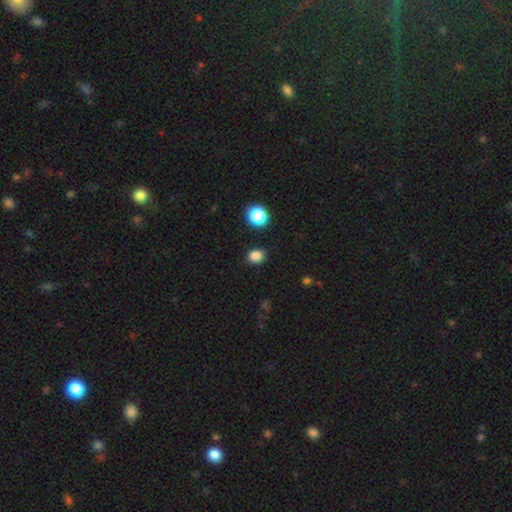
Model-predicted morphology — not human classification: This is clearly a smooth galaxy (84%). How rounded: possibly round (54%). Merging: clearly none (88%).